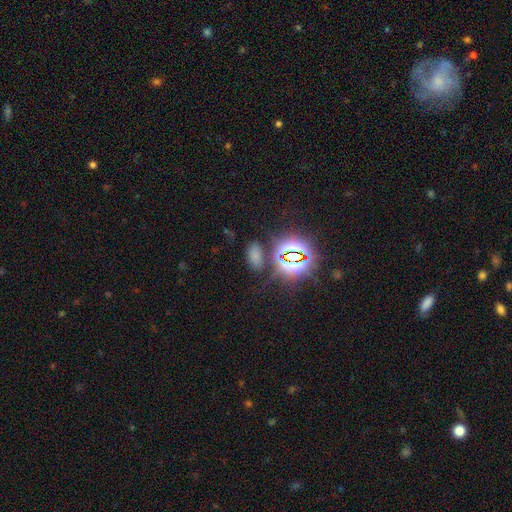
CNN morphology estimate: Smooth or featured: smooth — 52% (star or artifact — 40%)
How rounded: in between — 90% (round — 7%)
Merging: none — 72% (minor disturbance — 14%)